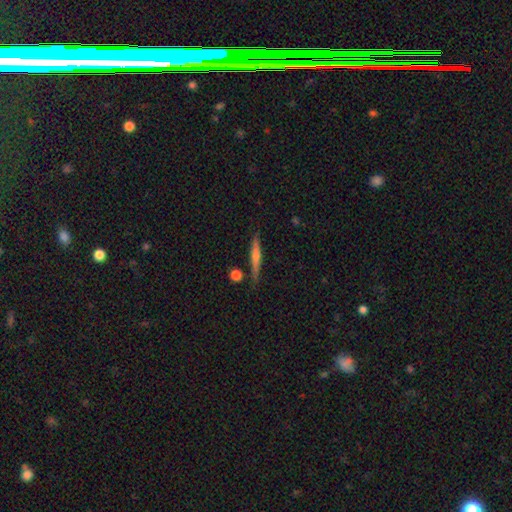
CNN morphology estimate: The model was most divided on "smooth or featured": featured or disk: 65%, smooth: 28%, star or artifact: 7%. More confident: edge-on disk — yes (97%); merging — none (85%); edge-on bulge — rounded (80%).